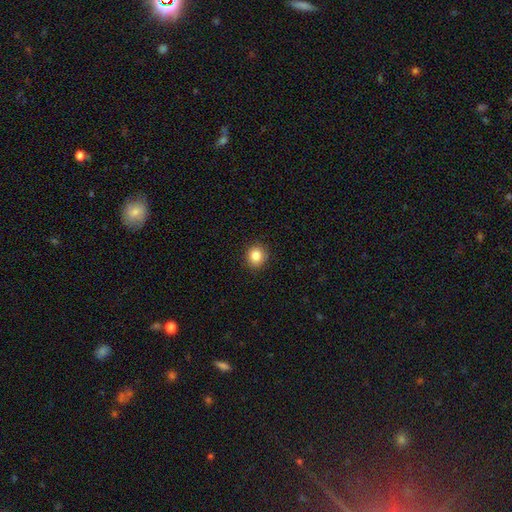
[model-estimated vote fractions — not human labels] A smooth galaxy with no disk features (85%) that is round (84%). Merging: none (91%).